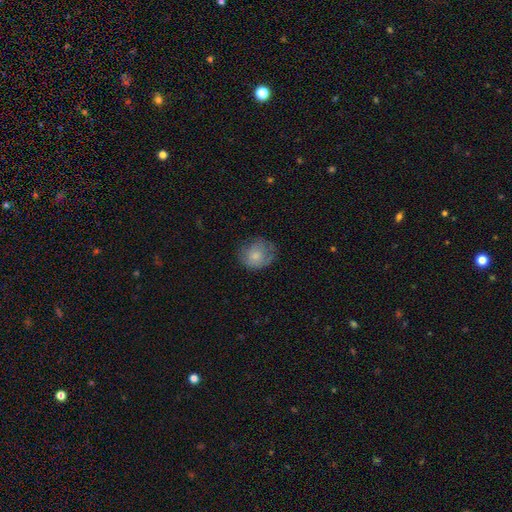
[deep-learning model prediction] A smooth galaxy with no disk features (71%) that is round (72%). Merging: none (58%).